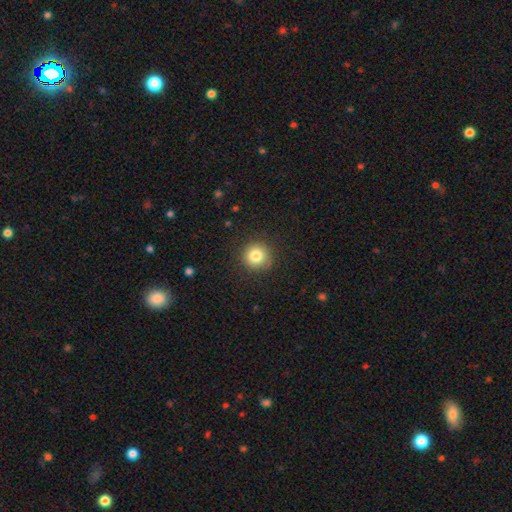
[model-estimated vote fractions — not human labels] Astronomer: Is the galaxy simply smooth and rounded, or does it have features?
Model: smooth — 82%.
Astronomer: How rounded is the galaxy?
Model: round — 93%.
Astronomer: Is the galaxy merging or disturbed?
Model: none — 87%.